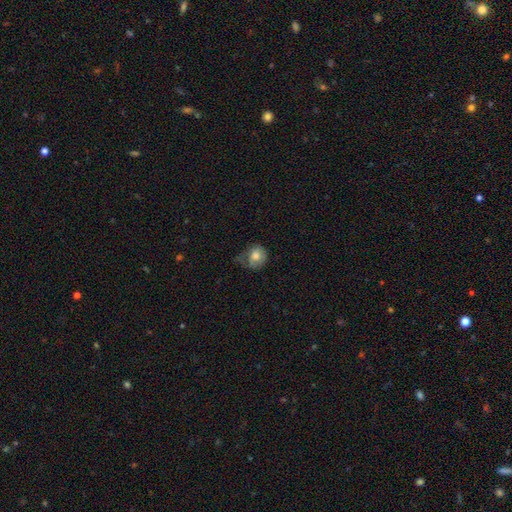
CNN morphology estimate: A smooth galaxy with no disk features (73%) that is round (71%).

Vote fractions:
- Smooth or featured? smooth: 73% / featured or disk: 18% / star or artifact: 8%
- How rounded? round: 71% / in between: 28% / cigar-shaped: 1%
- Merging? none: 40% / minor disturbance: 35% / major disturbance: 23% / merger: 2%